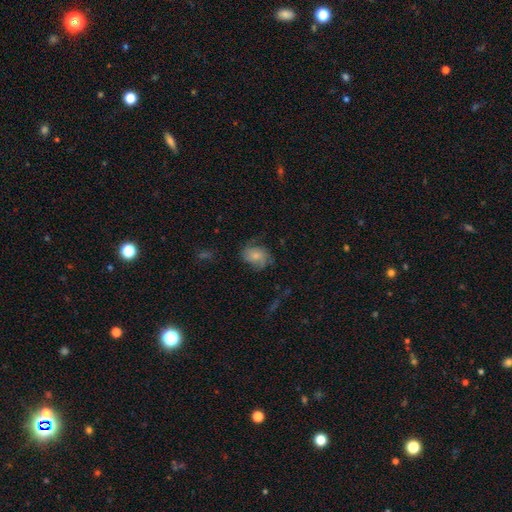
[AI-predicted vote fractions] Smooth or featured?
  - smooth: 55% *
  - featured or disk: 36%
  - star or artifact: 9%
How rounded?
  - in between: 54% *
  - round: 45%
  - cigar-shaped: 1%
Merging?
  - none: 55% *
  - minor disturbance: 27%
  - major disturbance: 16%
  - merger: 2%